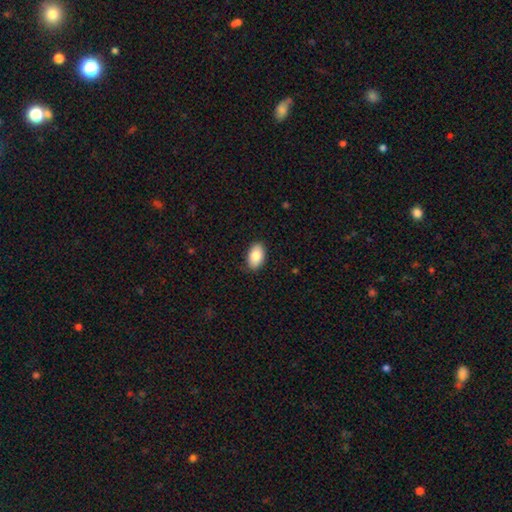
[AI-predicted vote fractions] This appears to be a smooth galaxy with no disk features (84%) that is in between round and cigar-shaped (93%). Merging: none (87%).